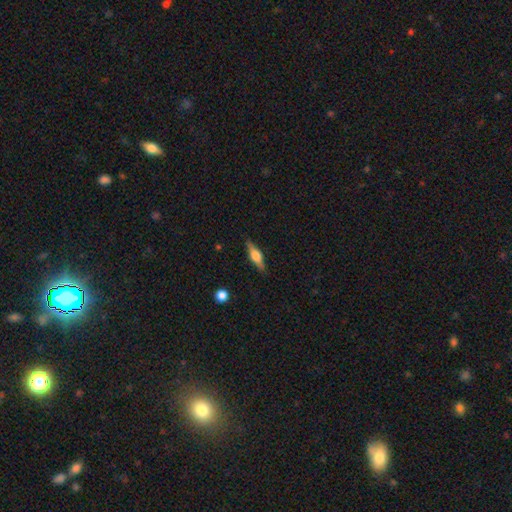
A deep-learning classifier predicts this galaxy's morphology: Overall: featured or disk (62%; smooth 31%). Edge-on disk: yes (96%). Edge-on bulge: rounded (88%). Merging: none (87%).